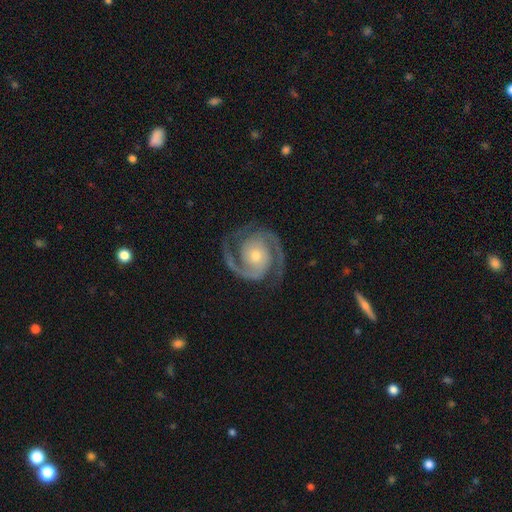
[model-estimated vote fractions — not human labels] Smooth or featured? featured or disk (94%)
Edge-on disk? no (98%)
Bar? no (70%)
Spiral arms? yes (99%)
Spiral winding? medium (47%, tied with tight)
Spiral arm count? 2 (93%)
Bulge size? small (54%)
Merging? none (83%)